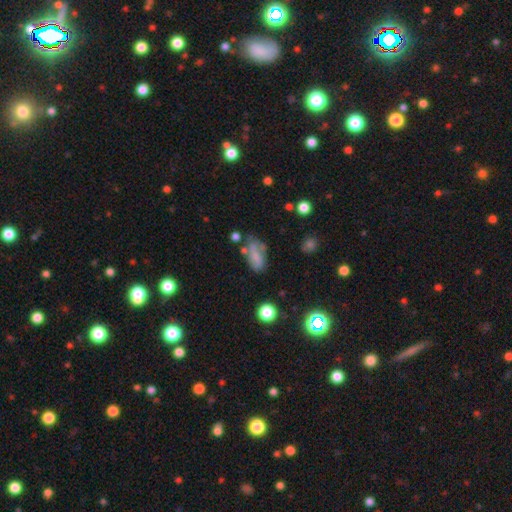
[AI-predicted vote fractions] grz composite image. It shows a smooth galaxy with no disk features (57%) that is in between round and cigar-shaped (86%). Merging: none (40%).